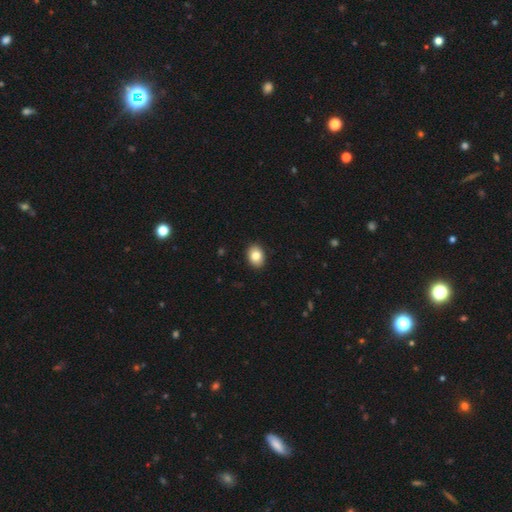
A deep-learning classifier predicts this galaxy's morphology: smooth_or_featured: smooth (p=0.82) [alt: featured or disk p=0.09]
how_rounded: in between (p=0.69) [alt: round p=0.30]
merging: none (p=0.91) [alt: minor disturbance p=0.07]